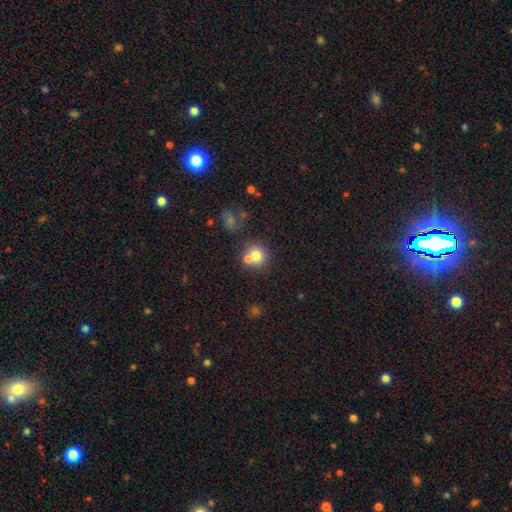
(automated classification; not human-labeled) Smooth or featured?
  - smooth: 75% *
  - featured or disk: 14%
  - star or artifact: 12%
How rounded?
  - round: 86% *
  - in between: 13%
  - cigar-shaped: 1%
Merging?
  - none: 54% *
  - merger: 33%
  - minor disturbance: 9%
  - major disturbance: 4%